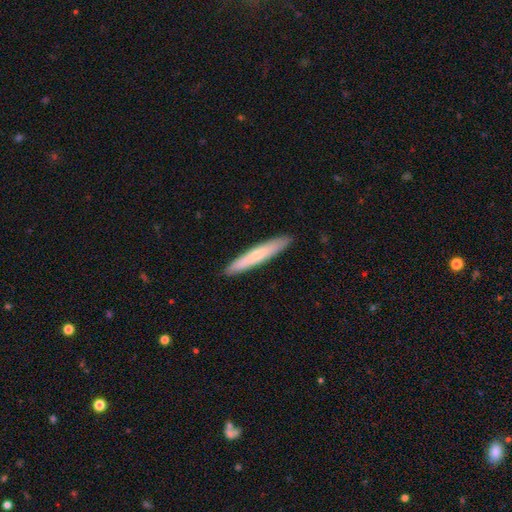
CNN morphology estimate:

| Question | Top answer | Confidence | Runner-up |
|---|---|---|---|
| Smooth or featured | smooth | 65% | featured or disk (30%) |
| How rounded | cigar-shaped | 94% | in between (4%) |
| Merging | none | 91% | minor disturbance (6%) |